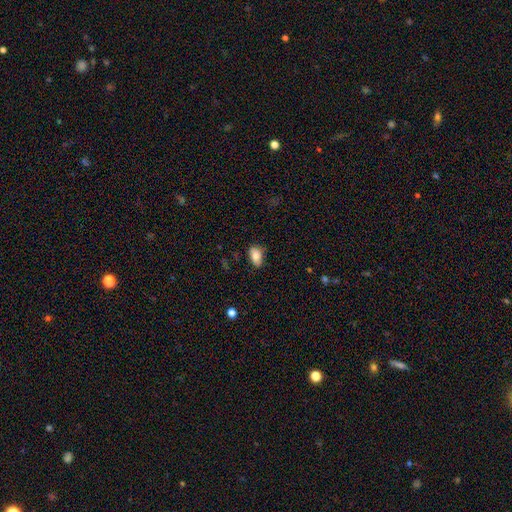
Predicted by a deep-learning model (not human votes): smooth_or_featured: smooth (p=0.83) [alt: featured or disk p=0.09]
how_rounded: in between (p=0.89) [alt: round p=0.09]
merging: none (p=0.74) [alt: minor disturbance p=0.20]